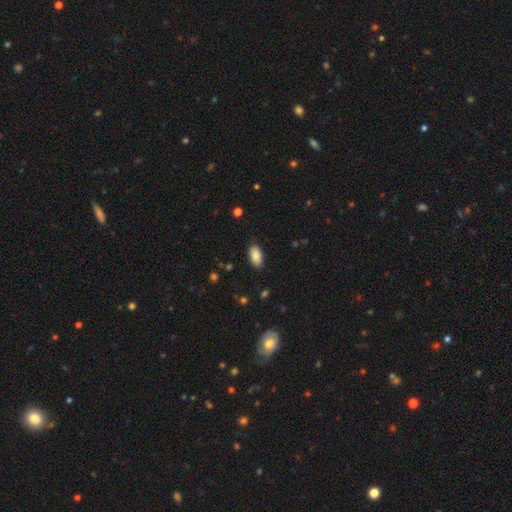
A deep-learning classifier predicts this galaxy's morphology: Smooth or featured: smooth — 88% (star or artifact — 7%)
How rounded: in between — 94% (cigar-shaped — 4%)
Merging: none — 88% (minor disturbance — 9%)